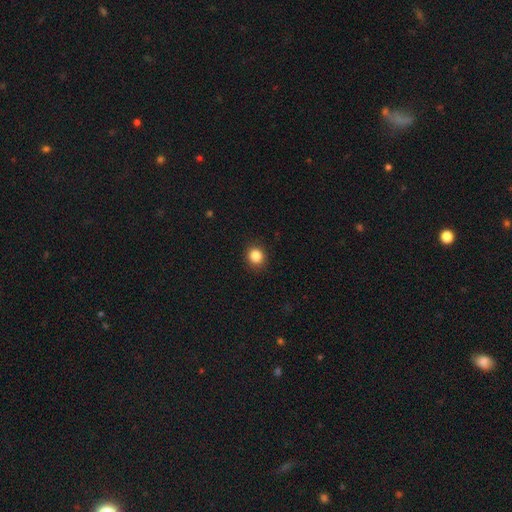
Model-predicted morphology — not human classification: type=smooth (85%); roundness=round (84%); merging=none (91%).